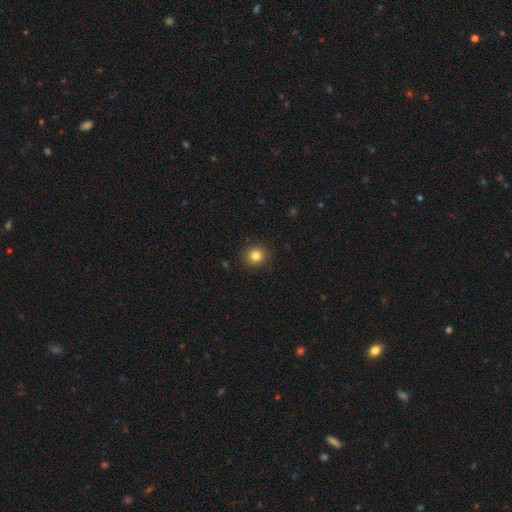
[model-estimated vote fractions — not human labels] Overall: smooth (83%). How rounded: round (89%). Merging: none (90%).